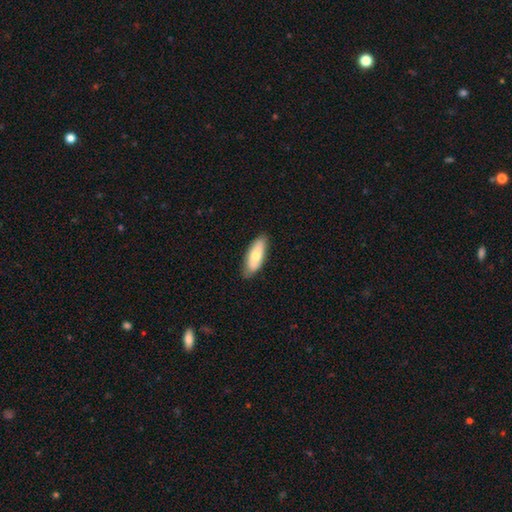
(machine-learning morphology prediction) smooth_or_featured: smooth (p=0.69) [alt: featured or disk p=0.26]
how_rounded: in between (p=0.75) [alt: cigar-shaped p=0.23]
merging: none (p=0.82) [alt: minor disturbance p=0.15]